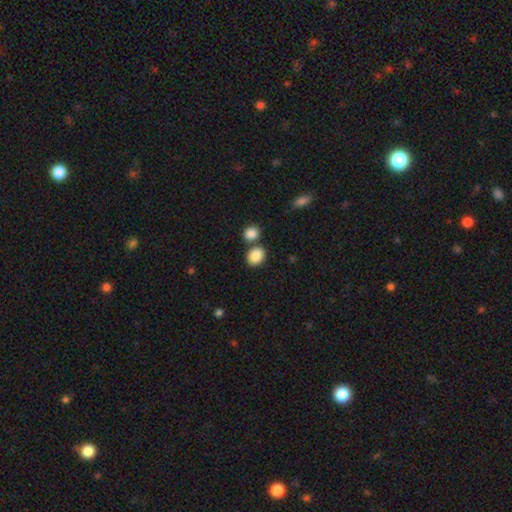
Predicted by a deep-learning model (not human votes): A smooth galaxy with no disk features (88%) that is round (50%).

Vote fractions:
- Smooth or featured? smooth: 88% / star or artifact: 8% / featured or disk: 4%
- How rounded? round: 50% / in between: 49% / cigar-shaped: 1%
- Merging? none: 67% / merger: 21% / minor disturbance: 9% / major disturbance: 3%